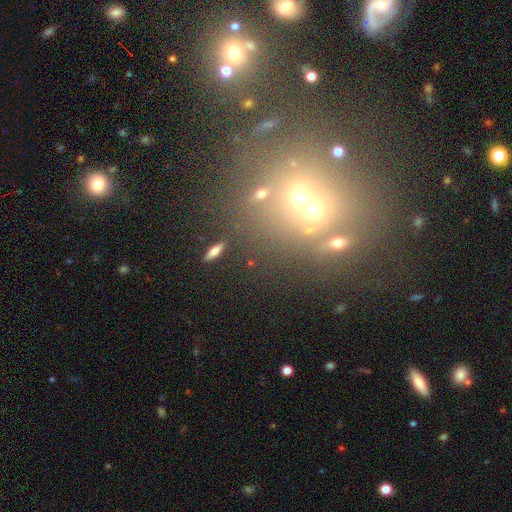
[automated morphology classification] This appears to be a star or artifact, not a galaxy (47%).